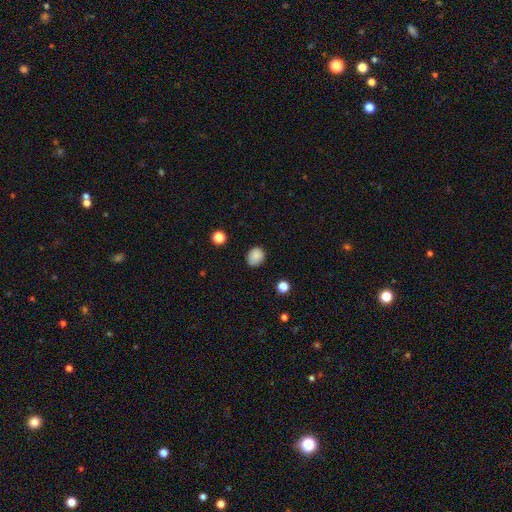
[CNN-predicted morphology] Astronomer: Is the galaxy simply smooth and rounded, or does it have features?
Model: smooth — 86%.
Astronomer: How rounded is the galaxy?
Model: round — 64%.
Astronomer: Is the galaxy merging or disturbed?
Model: none — 82%.